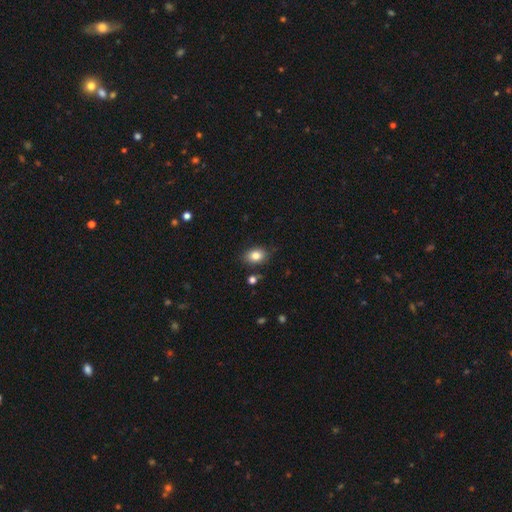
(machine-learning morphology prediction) type=smooth (82%); roundness=in between (76%); merging=none (81%).